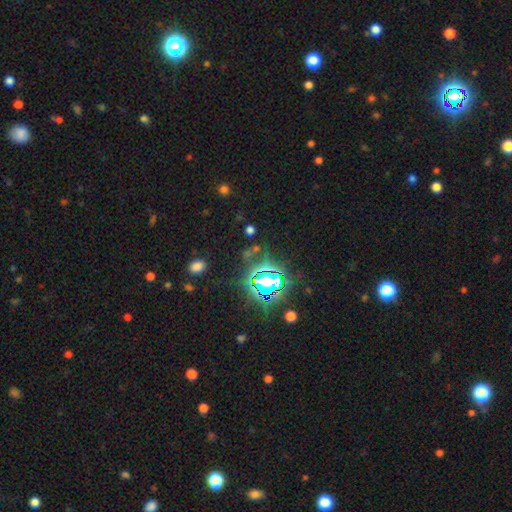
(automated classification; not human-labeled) This is clearly a star or artifact rather than a galaxy (84%).